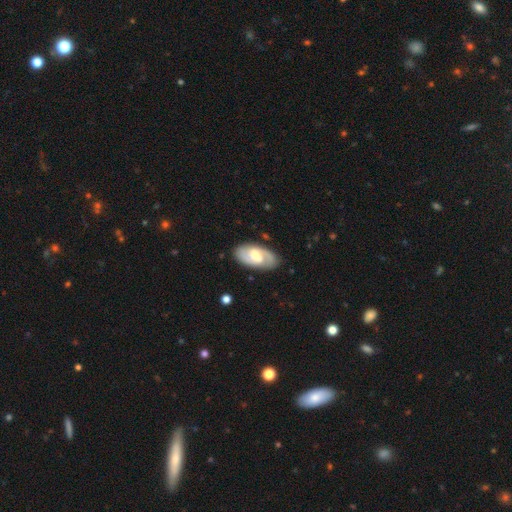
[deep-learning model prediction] A featured or disk galaxy (66%) with a weak bar (53%), spiral arms (78%) and a moderate central bulge (58%).

Vote fractions:
- Smooth or featured? featured or disk: 66% / smooth: 29% / star or artifact: 5%
- Edge-on disk? no: 94% / yes: 6%
- Bar? weak: 53% / strong: 26% / no: 21%
- Spiral arms? yes: 78% / no: 22%
- Bulge size? moderate: 58% / small: 24% / large: 14% / none: 3% / dominant: 1%
- Merging? none: 85% / minor disturbance: 11% / major disturbance: 3% / merger: 1%